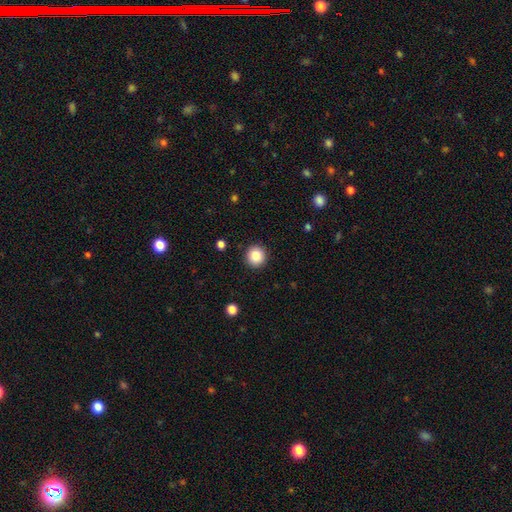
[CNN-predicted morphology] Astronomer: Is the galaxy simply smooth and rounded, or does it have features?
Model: smooth — 85%.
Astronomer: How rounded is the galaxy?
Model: round — 94%.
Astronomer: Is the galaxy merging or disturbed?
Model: none — 92%.